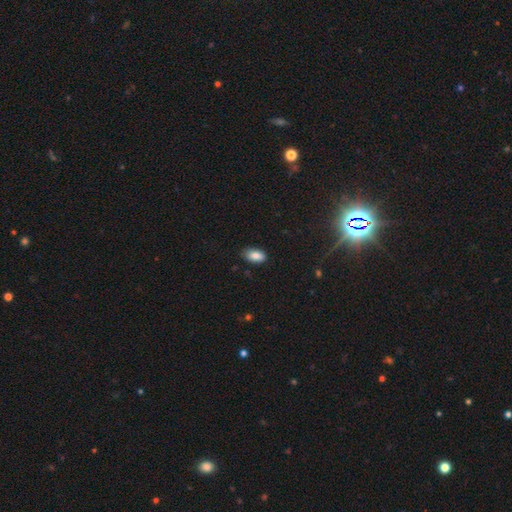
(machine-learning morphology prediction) Overall: smooth (87%). How rounded: in between (93%). Merging: none (80%).